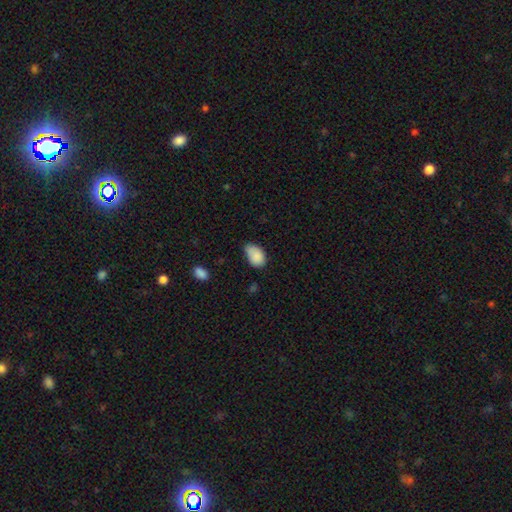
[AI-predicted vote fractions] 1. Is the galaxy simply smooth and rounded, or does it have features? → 87% smooth, 8% star or artifact, 5% featured or disk.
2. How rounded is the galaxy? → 90% in between, 9% round, 1% cigar-shaped.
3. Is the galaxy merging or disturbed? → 48% none, 41% minor disturbance, 7% major disturbance, 3% merger.